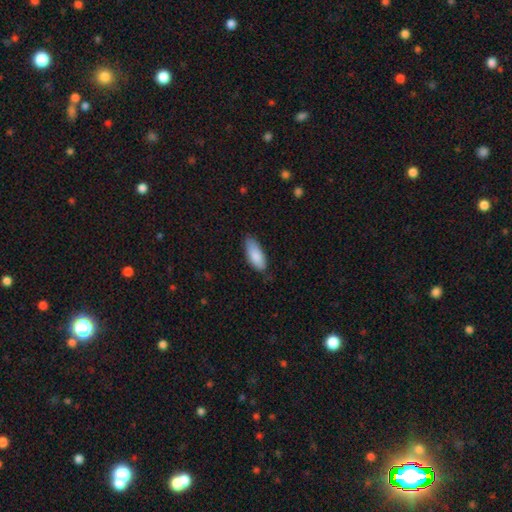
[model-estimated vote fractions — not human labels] Overall: smooth (87%). How rounded: in between (79%). Merging: none (75%).